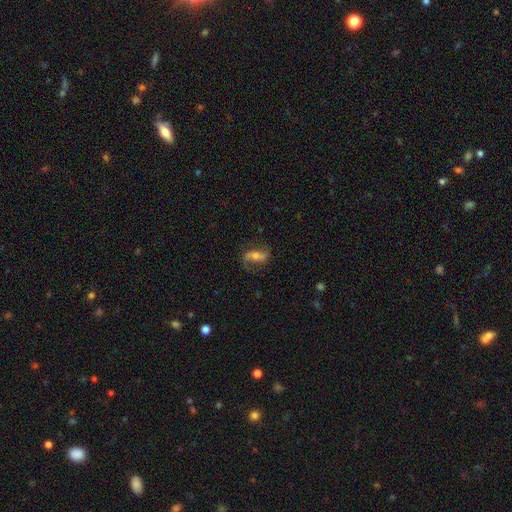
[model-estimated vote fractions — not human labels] Smooth or featured? Predicted: featured or disk (p=0.77). Edge-on disk? Predicted: no (p=0.92). Bar? Predicted: strong (p=0.44). Spiral arms? Predicted: yes (p=0.92). Spiral winding? Predicted: loose (p=0.63). Spiral arm count? Predicted: 2 (p=0.90). Bulge size? Predicted: moderate (p=0.55). Merging? Predicted: none (p=0.76).